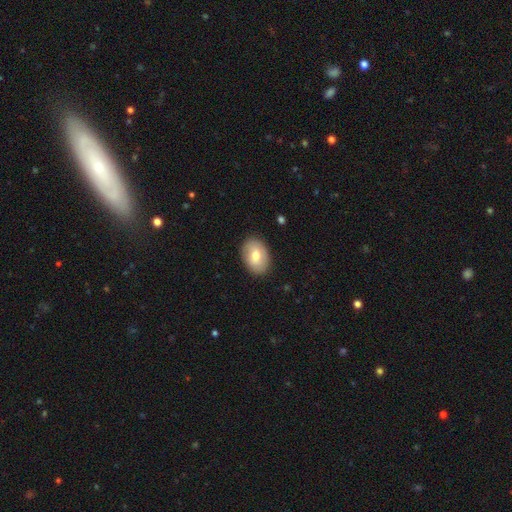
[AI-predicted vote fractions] The model was most divided on "smooth or featured": smooth: 68%, featured or disk: 25%, star or artifact: 6%. More confident: merging — none (87%); how rounded — in between (83%).